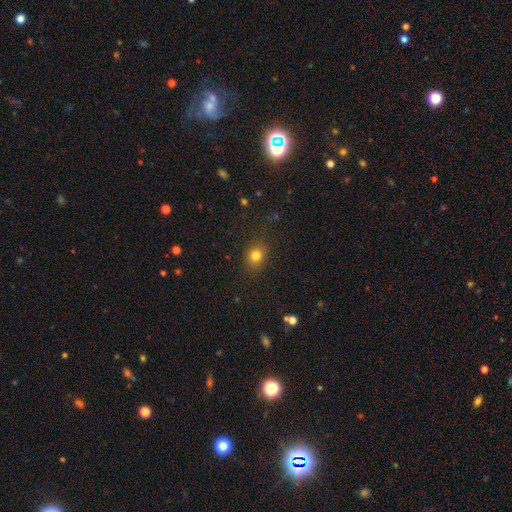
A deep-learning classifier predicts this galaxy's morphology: A smooth galaxy with no disk features (80%) that is round (64%).

Vote fractions:
- Smooth or featured? smooth: 80% / star or artifact: 13% / featured or disk: 7%
- How rounded? round: 64% / in between: 35% / cigar-shaped: 1%
- Merging? none: 85% / minor disturbance: 10% / major disturbance: 4% / merger: 1%